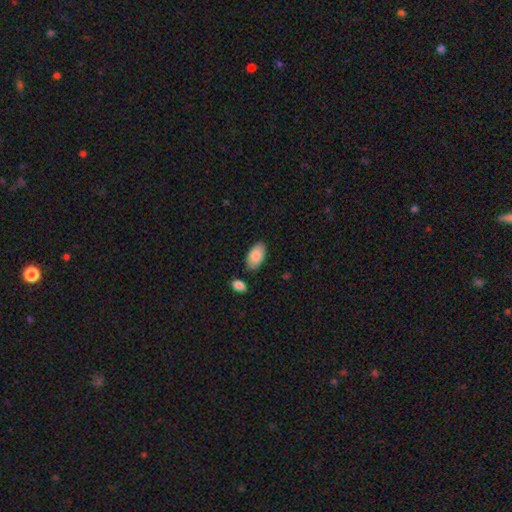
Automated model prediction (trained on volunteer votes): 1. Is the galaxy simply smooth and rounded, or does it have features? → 88% smooth, 6% featured or disk, 6% star or artifact.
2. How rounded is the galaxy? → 95% in between, 3% round, 2% cigar-shaped.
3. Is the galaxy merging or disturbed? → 82% none, 11% minor disturbance, 4% merger, 2% major disturbance.